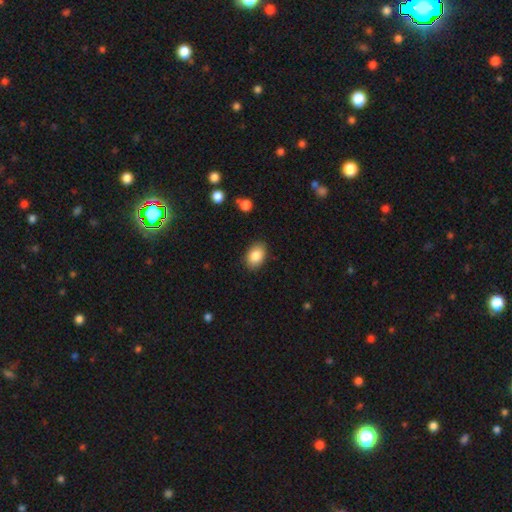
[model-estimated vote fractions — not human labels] A smooth galaxy with no disk features (86%) that is in between round and cigar-shaped (84%). Merging: none (86%).